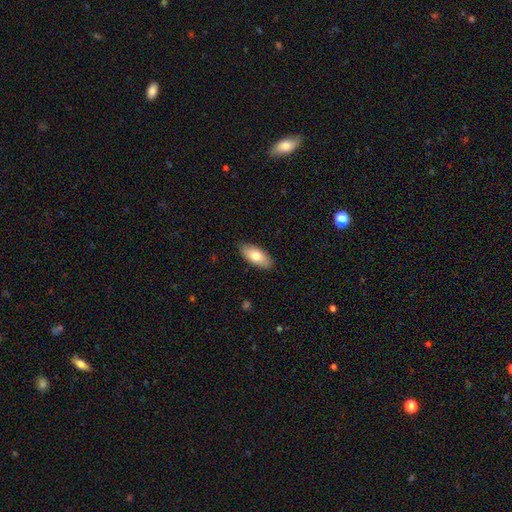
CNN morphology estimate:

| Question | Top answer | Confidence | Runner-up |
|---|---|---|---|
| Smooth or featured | smooth | 76% | featured or disk (18%) |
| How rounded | in between | 87% | cigar-shaped (11%) |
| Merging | none | 87% | minor disturbance (10%) |